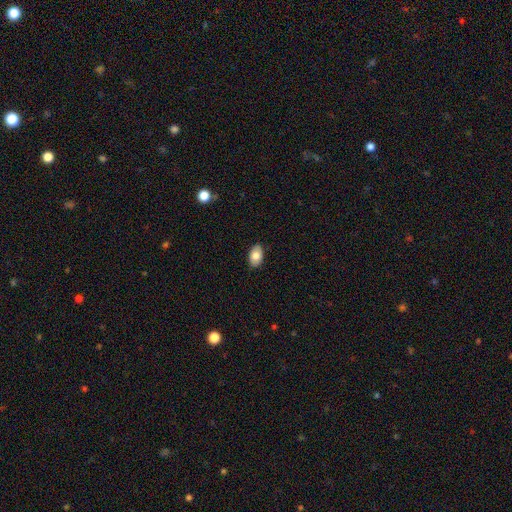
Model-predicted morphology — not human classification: Overall: smooth (81%). How rounded: in between (91%). Merging: none (86%).